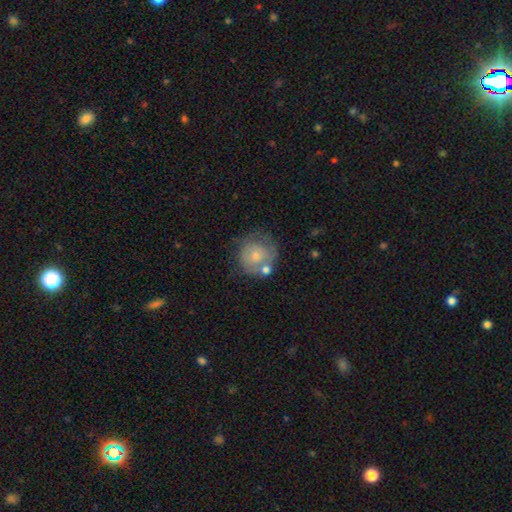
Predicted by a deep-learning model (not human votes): This is possibly a smooth galaxy (56%). How rounded: clearly round (86%). Merging: marginally none (45%).